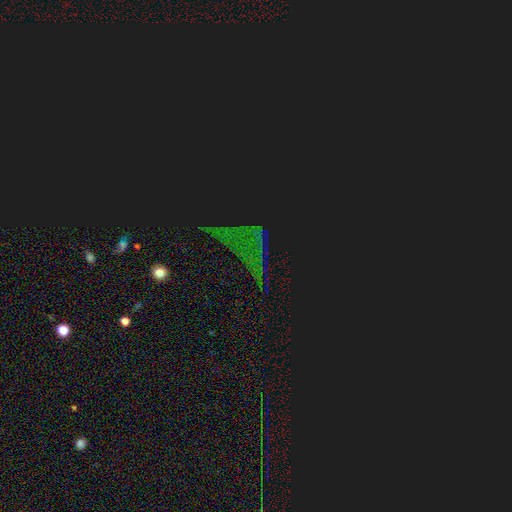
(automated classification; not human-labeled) Morphology: type=star or artifact (79%).